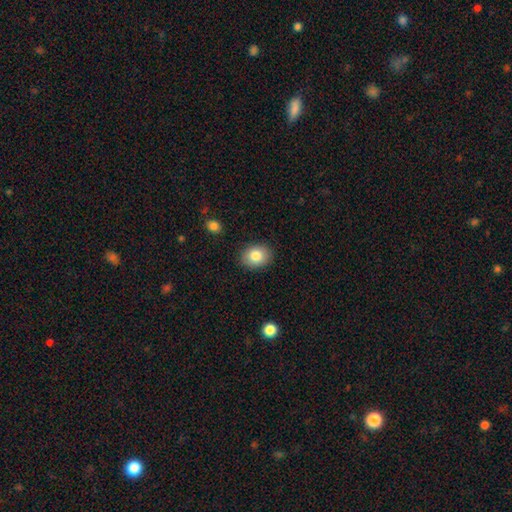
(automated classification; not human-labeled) This appears to be a smooth galaxy with no disk features (83%) that is in between round and cigar-shaped (54%). Merging: none (89%).